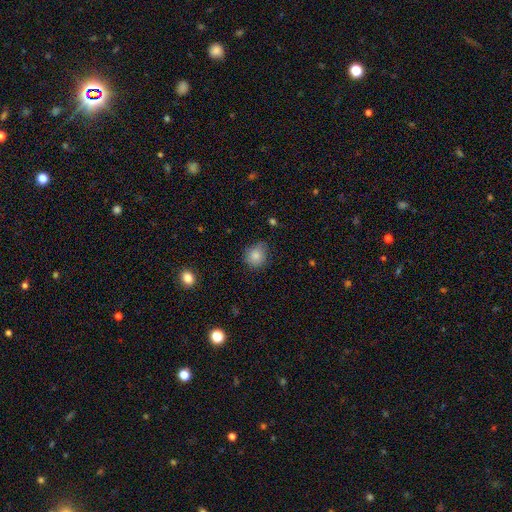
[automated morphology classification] Q: Smooth or featured?
A: smooth (84%); runner-up: star or artifact (10%)
Q: How rounded?
A: round (81%); runner-up: in between (18%)
Q: Merging?
A: none (69%); runner-up: minor disturbance (25%)